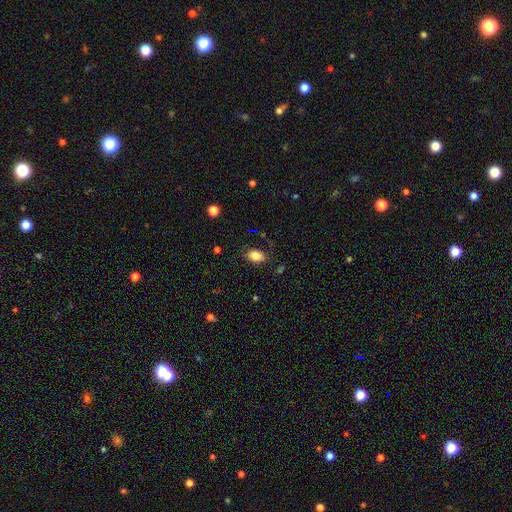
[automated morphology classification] Smooth or featured?
  - smooth: 84% *
  - star or artifact: 9%
  - featured or disk: 7%
How rounded?
  - in between: 83% *
  - round: 15%
  - cigar-shaped: 1%
Merging?
  - none: 82% *
  - minor disturbance: 13%
  - major disturbance: 3%
  - merger: 1%